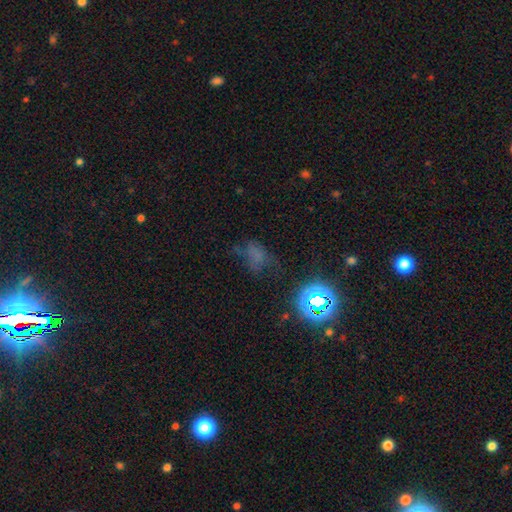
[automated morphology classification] Smooth or featured: smooth — 43% (star or artifact — 38%)
Merging: none — 45% (major disturbance — 26%)